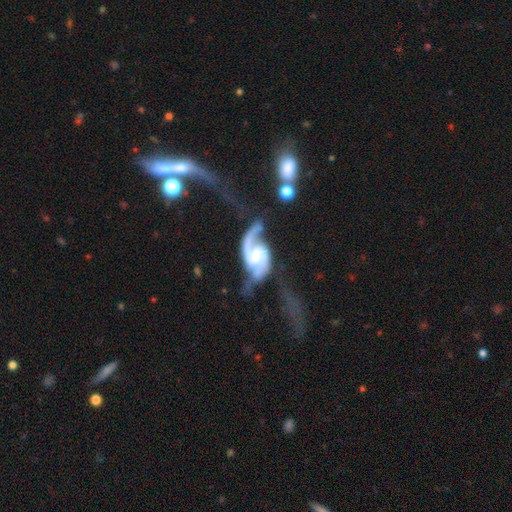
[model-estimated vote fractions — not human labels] Smooth or featured?
  - featured or disk: 91% *
  - smooth: 5%
  - star or artifact: 4%
Edge-on disk?
  - no: 98% *
  - yes: 2%
Bar?
  - weak: 51% *
  - no: 27%
  - strong: 22%
Spiral arms?
  - yes: 97% *
  - no: 3%
Spiral winding?
  - medium: 47% *
  - loose: 37%
  - tight: 16%
Spiral arm count?
  - 2: 88% *
  - 1: 4%
  - can't tell: 3%
  - 3: 2%
  - 4: 1%
  - more than 4: 1%
Bulge size?
  - small: 39% *
  - moderate: 33%
  - none: 19%
  - large: 7%
  - dominant: 2%
Merging?
  - none: 37% *
  - major disturbance: 36%
  - minor disturbance: 21%
  - merger: 7%